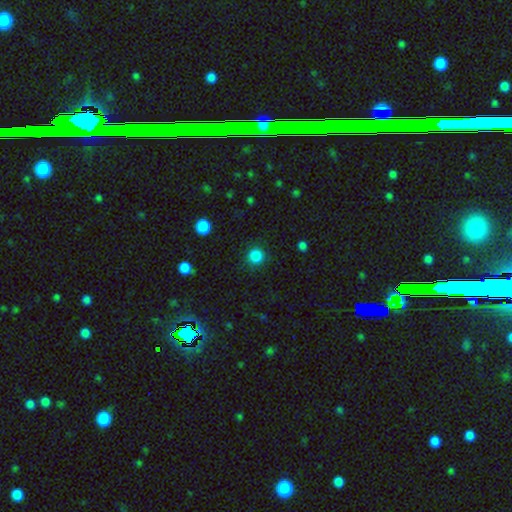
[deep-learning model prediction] A smooth galaxy with no disk features (85%) that is round (93%). Merging: none (89%).